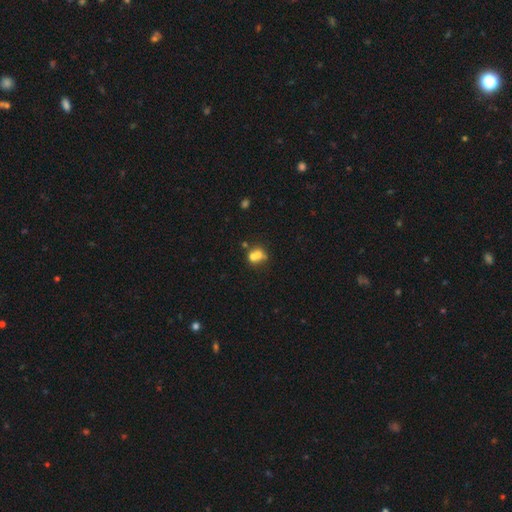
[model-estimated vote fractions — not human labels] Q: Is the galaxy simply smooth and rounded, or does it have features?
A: smooth — 63%.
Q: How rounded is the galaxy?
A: round — 72%.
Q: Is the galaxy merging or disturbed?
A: merger — 58%.